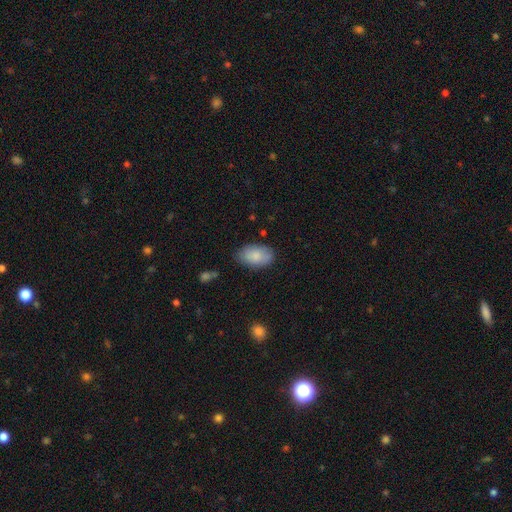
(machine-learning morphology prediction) Smooth or featured? smooth (83%)
How rounded? in between (91%)
Merging? none (77%)